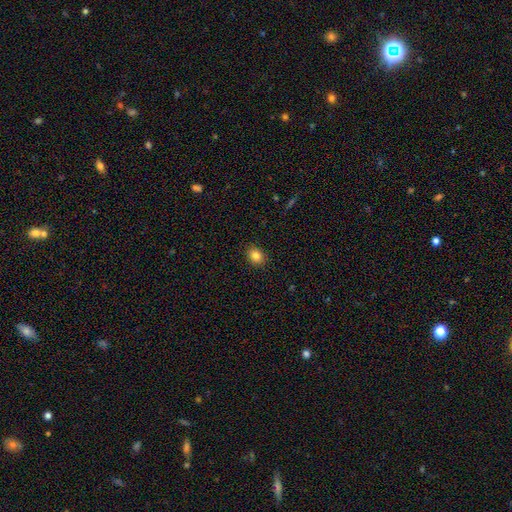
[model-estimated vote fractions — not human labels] smooth_or_featured: smooth (p=0.83) [alt: star or artifact p=0.10]
how_rounded: round (p=0.50) [alt: in between p=0.49]
merging: none (p=0.90) [alt: minor disturbance p=0.07]